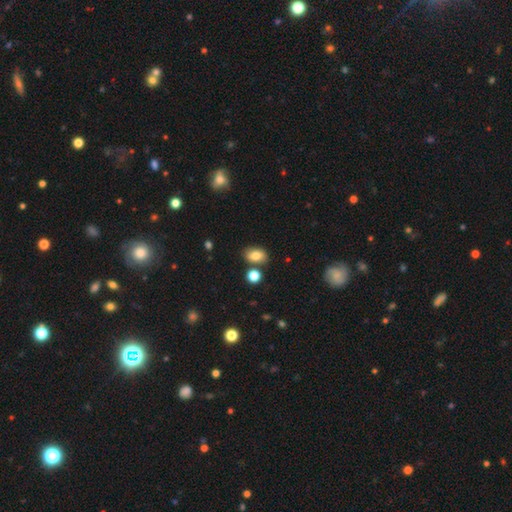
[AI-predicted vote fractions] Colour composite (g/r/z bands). It shows a smooth galaxy with no disk features (81%) that is in between round and cigar-shaped (82%). Merging: none (77%).